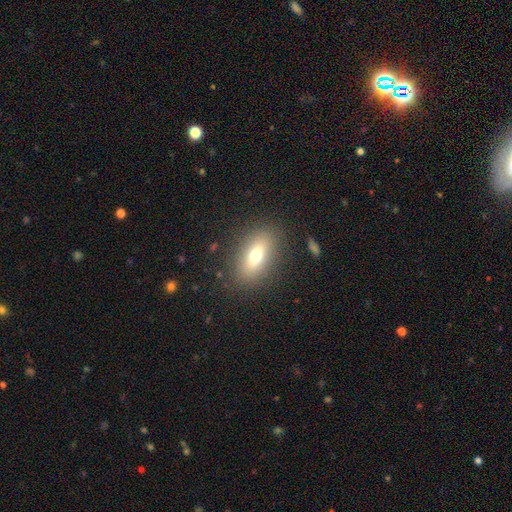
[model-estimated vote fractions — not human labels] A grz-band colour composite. It shows a smooth galaxy with no disk features (66%) that is in between round and cigar-shaped (78%). Merging: none (85%).